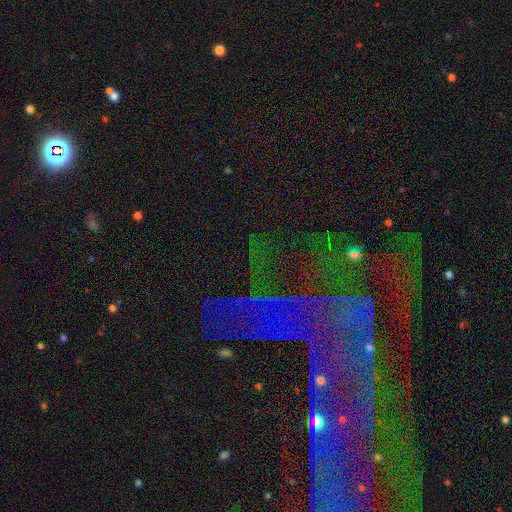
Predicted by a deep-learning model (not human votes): Morphology: type=star or artifact (67%).